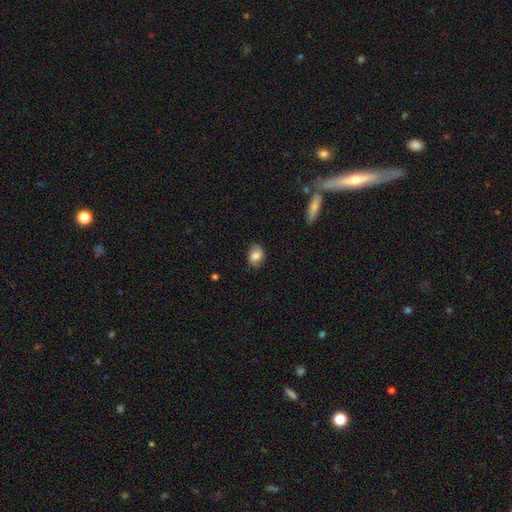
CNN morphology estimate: Smooth or featured? Predicted: smooth (p=0.66). How rounded? Predicted: in between (p=0.71). Merging? Predicted: none (p=0.73).